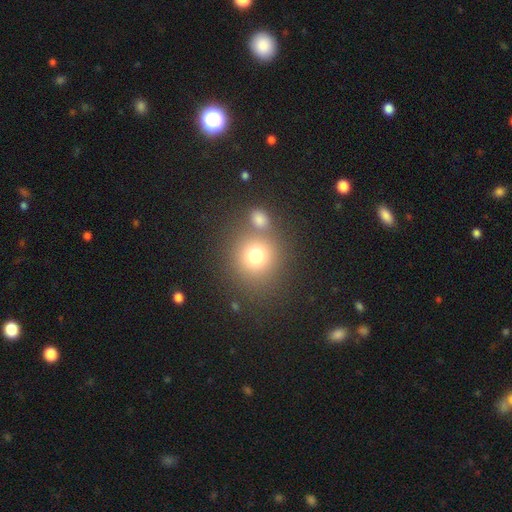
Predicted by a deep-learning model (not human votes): This is likely a smooth galaxy (74%). How rounded: clearly round (88%). Merging: likely none (65%).